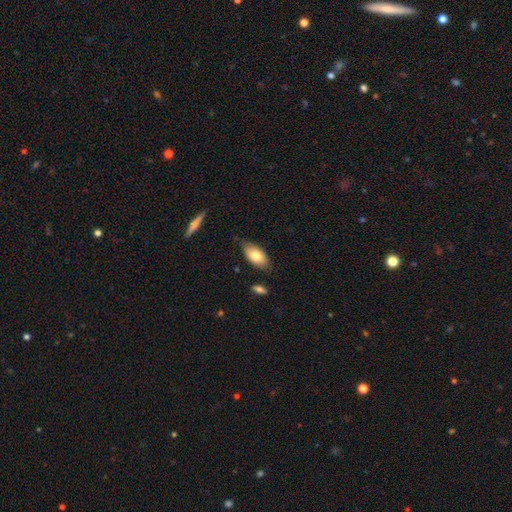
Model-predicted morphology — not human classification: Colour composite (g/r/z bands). It shows a smooth galaxy with no disk features (78%) that is in between round and cigar-shaped (92%). Merging: none (77%).